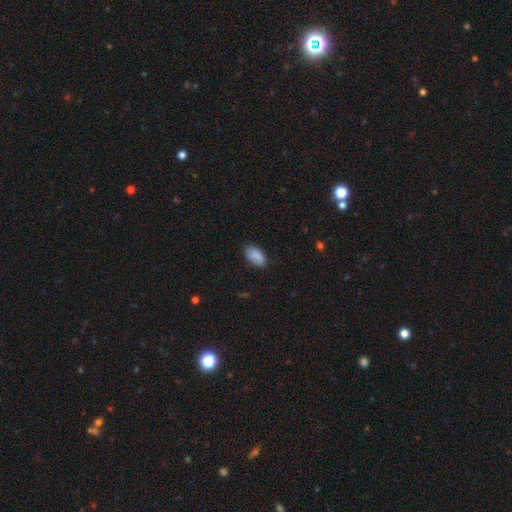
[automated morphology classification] smooth 88%, star or artifact 7%, featured or disk 5%. Down the decision tree: how rounded — in between (94%); merging — none (81%).